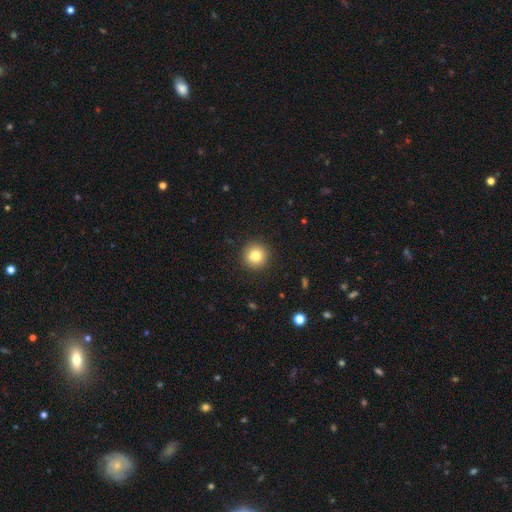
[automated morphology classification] Q: Smooth or featured?
A: smooth (81%); runner-up: star or artifact (10%)
Q: How rounded?
A: round (95%); runner-up: in between (4%)
Q: Merging?
A: none (92%); runner-up: minor disturbance (5%)